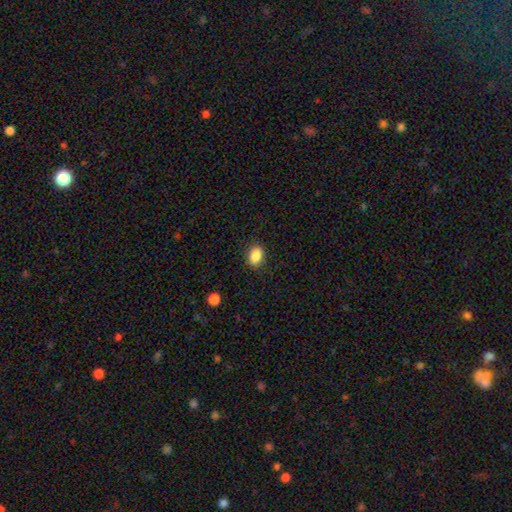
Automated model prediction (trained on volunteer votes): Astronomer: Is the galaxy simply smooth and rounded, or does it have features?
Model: smooth — 87%.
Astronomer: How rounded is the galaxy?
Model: in between — 78%.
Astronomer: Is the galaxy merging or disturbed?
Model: none — 88%.